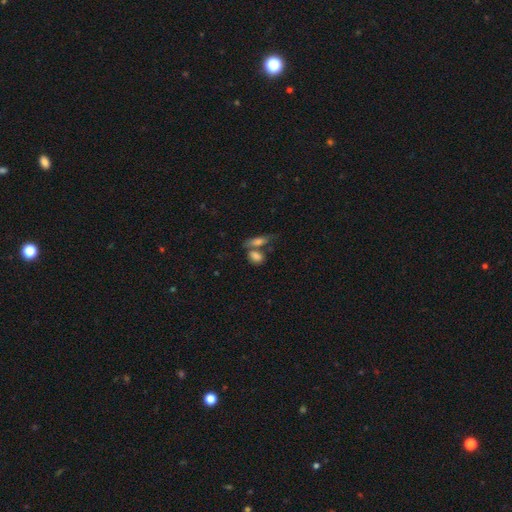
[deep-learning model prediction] Smooth or featured?
  - smooth: 79% *
  - featured or disk: 12%
  - star or artifact: 9%
How rounded?
  - in between: 78% *
  - round: 13%
  - cigar-shaped: 8%
Merging?
  - merger: 43% *
  - none: 40%
  - minor disturbance: 12%
  - major disturbance: 5%